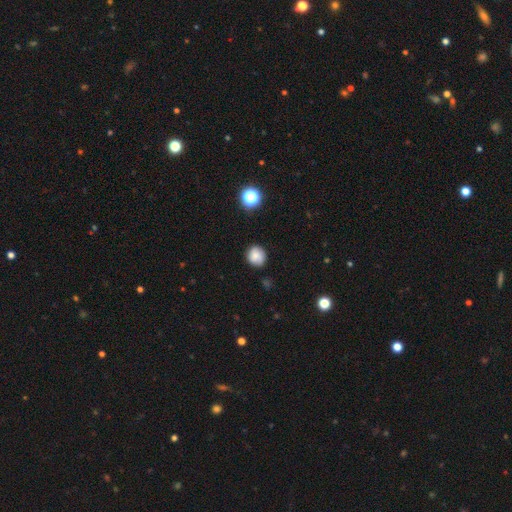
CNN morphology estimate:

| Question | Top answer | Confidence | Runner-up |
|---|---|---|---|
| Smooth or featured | smooth | 76% | featured or disk (13%) |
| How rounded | round | 86% | in between (13%) |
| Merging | none | 80% | minor disturbance (15%) |